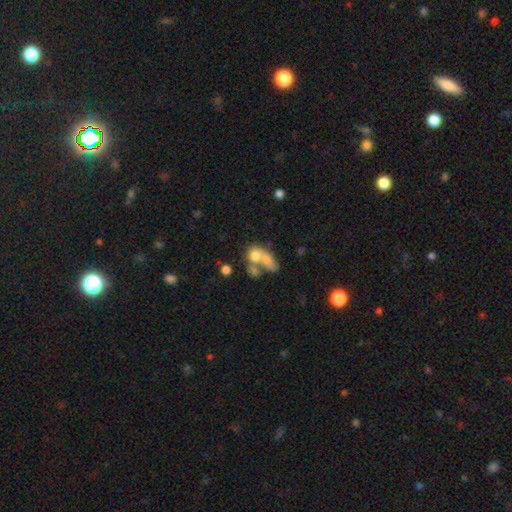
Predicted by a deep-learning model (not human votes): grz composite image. It shows a smooth galaxy with no disk features (68%) that is in between round and cigar-shaped (57%). Merging: merger (58%).